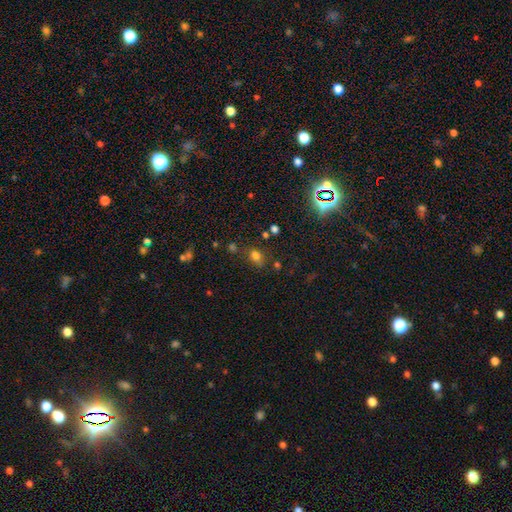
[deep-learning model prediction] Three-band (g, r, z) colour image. It shows a smooth galaxy with no disk features (68%) that is in between round and cigar-shaped (58%). Merging: none (65%).